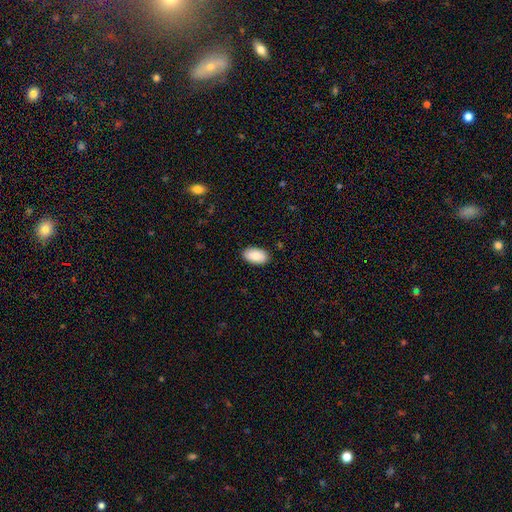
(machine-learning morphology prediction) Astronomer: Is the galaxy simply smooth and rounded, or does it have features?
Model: smooth — 87%.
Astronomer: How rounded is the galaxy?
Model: in between — 95%.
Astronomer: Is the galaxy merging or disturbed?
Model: none — 89%.